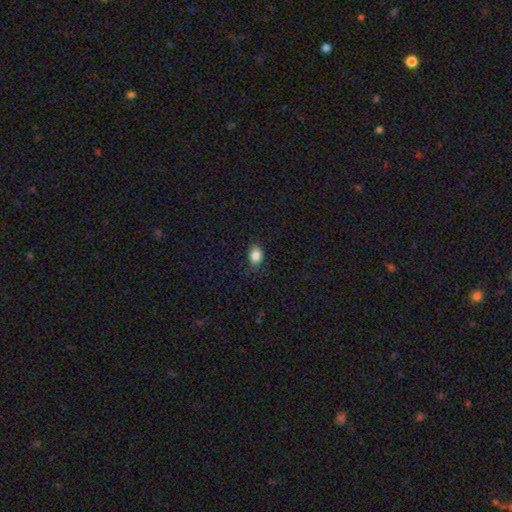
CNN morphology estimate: Smooth or featured? Predicted: smooth (p=0.85). How rounded? Predicted: in between (p=0.65). Merging? Predicted: none (p=0.78).